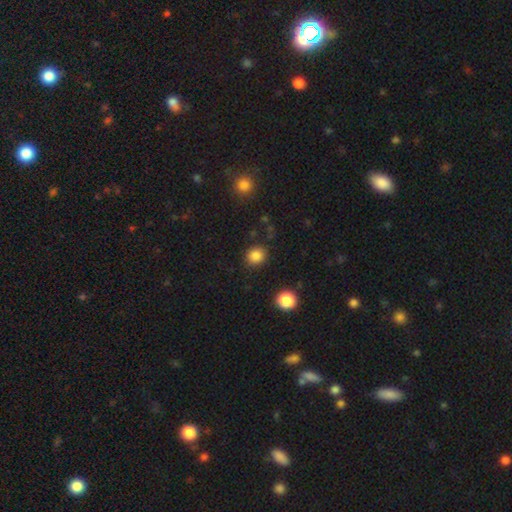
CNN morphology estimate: Smooth or featured: smooth — 85% (star or artifact — 11%)
How rounded: round — 78% (in between — 21%)
Merging: none — 87% (minor disturbance — 8%)